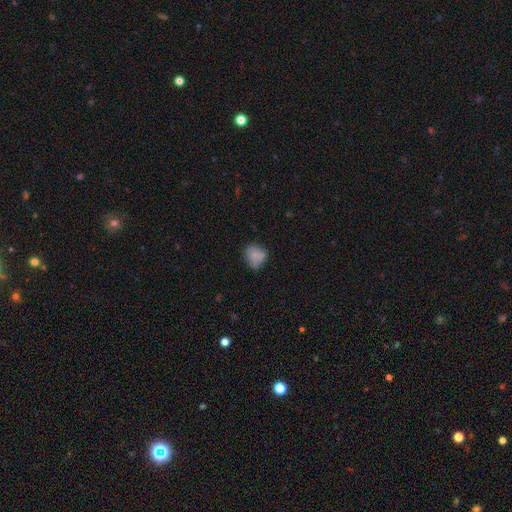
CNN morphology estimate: Smooth or featured? smooth (75%)
How rounded? round (69%)
Merging? none (57%)